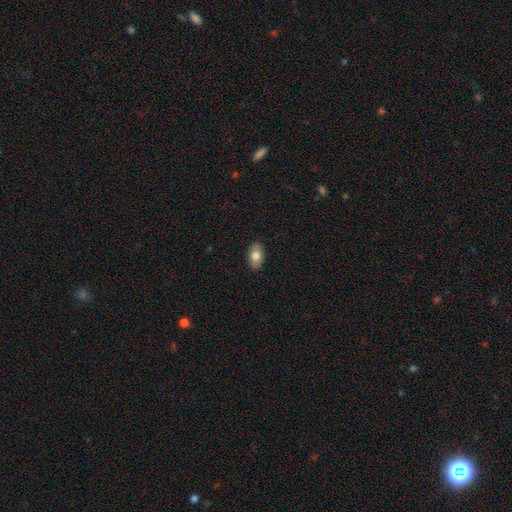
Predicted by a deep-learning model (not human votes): Q: Smooth or featured?
A: smooth (76%); runner-up: featured or disk (17%)
Q: How rounded?
A: in between (92%); runner-up: round (5%)
Q: Merging?
A: none (89%); runner-up: minor disturbance (9%)